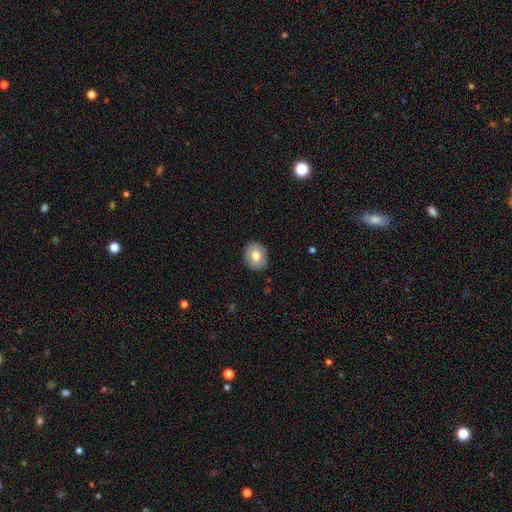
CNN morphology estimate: smooth_or_featured: smooth (p=0.76) [alt: featured or disk p=0.17]
how_rounded: round (p=0.53) [alt: in between p=0.46]
merging: none (p=0.88) [alt: minor disturbance p=0.09]